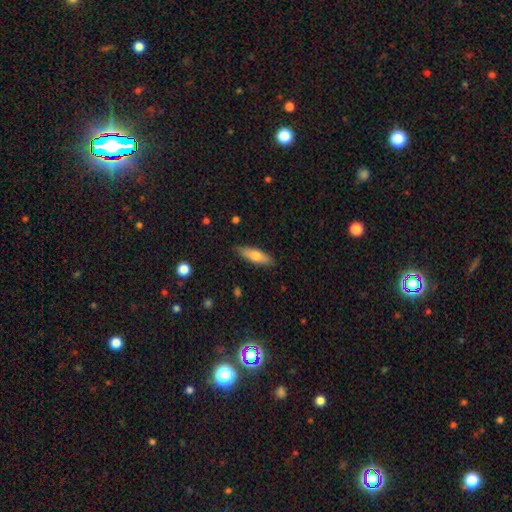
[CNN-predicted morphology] smooth-or-featured: smooth: 67% | featured or disk: 26% | star or artifact: 6%
  how-rounded: cigar-shaped: 54% | in between: 44% | round: 2%
  merging: none: 86% | minor disturbance: 10% | major disturbance: 2% | merger: 1%